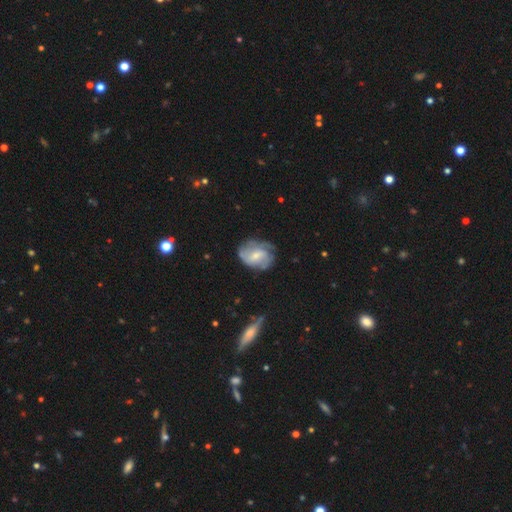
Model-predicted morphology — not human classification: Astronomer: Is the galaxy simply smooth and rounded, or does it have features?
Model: featured or disk — 69%.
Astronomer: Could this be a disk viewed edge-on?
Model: no — 97%.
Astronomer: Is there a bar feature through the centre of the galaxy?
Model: weak — 46% (runner-up: no, 43%).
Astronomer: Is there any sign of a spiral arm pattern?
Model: yes — 87%.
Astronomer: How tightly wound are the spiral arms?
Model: medium — 42% (runner-up: tight, 36%).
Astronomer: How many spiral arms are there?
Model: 2 — 31% (runner-up: can't tell, 30%).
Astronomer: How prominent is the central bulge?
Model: small — 54% (runner-up: moderate, 37%).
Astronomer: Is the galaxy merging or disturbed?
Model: none — 59%.